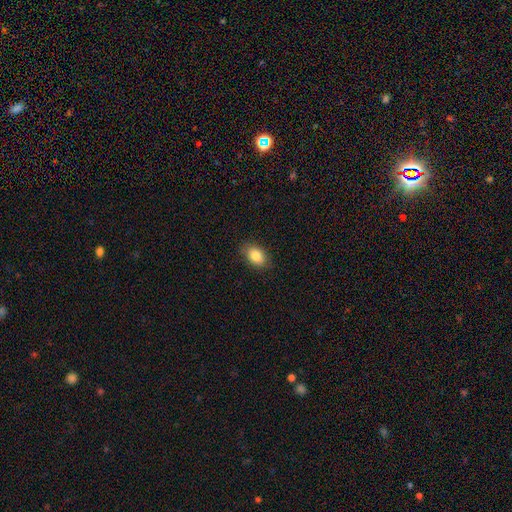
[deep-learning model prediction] Smooth or featured: smooth — 85% (star or artifact — 8%)
How rounded: in between — 84% (round — 15%)
Merging: none — 86% (minor disturbance — 11%)